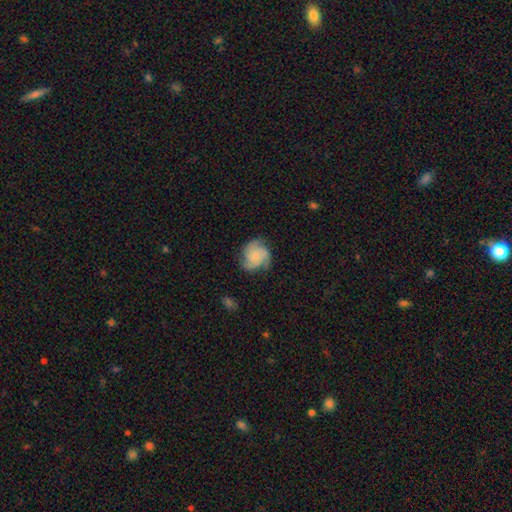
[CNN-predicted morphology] A featured or disk galaxy (61%) with no bar (79%), 3 (52%) medium (42%, tied with tight) spiral arms (92%) and a small central bulge (54%).

Vote fractions:
- Smooth or featured? featured or disk: 61% / smooth: 31% / star or artifact: 8%
- Edge-on disk? no: 98% / yes: 2%
- Bar? no: 79% / weak: 19% / strong: 3%
- Spiral arms? yes: 92% / no: 8%
- Spiral winding? medium: 42% (tied) / tight: 42% (tied) / loose: 16%
- Spiral arm count? 3: 52% / can't tell: 14% / 4: 13% / 2: 11% / 1: 5% / more than 4: 4%
- Bulge size? small: 54% / none: 27% / moderate: 15% / large: 3% / dominant: 1%
- Merging? none: 67% / minor disturbance: 22% / major disturbance: 9% / merger: 1%